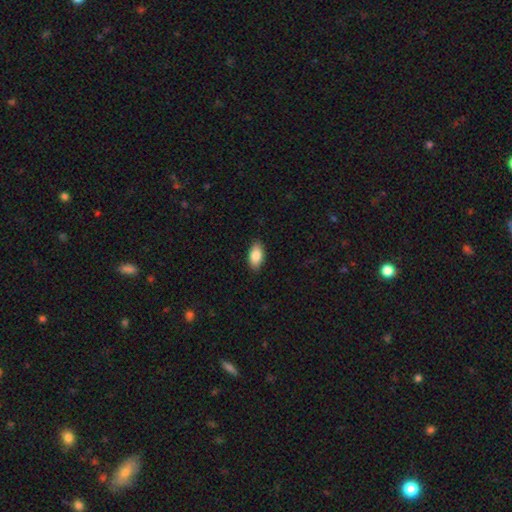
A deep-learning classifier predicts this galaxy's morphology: Smooth or featured? smooth (86%)
How rounded? in between (93%)
Merging? none (88%)